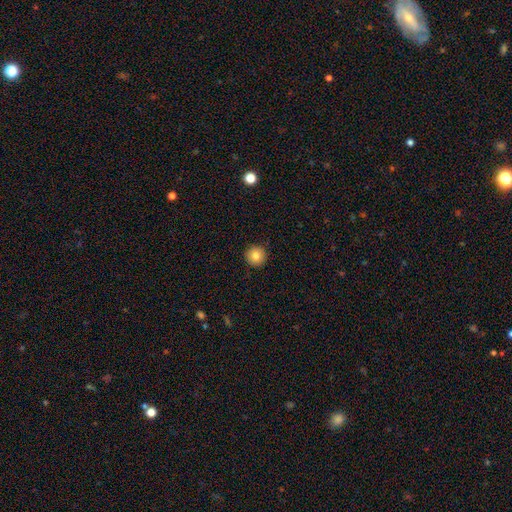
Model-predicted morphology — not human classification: Smooth or featured? smooth (82%)
How rounded? round (96%)
Merging? none (92%)